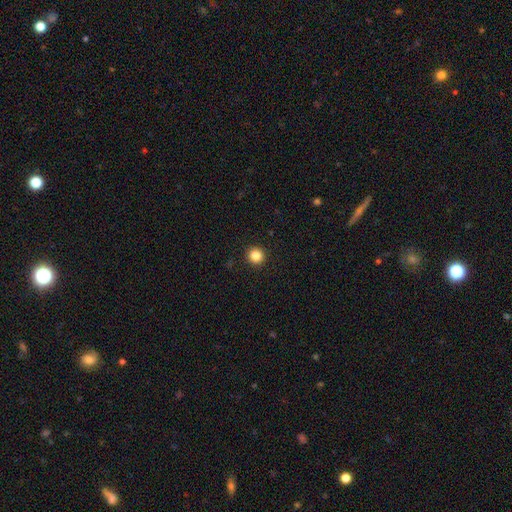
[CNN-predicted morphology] This appears to be a smooth galaxy with no disk features (85%) that is round (95%). Merging: none (93%).